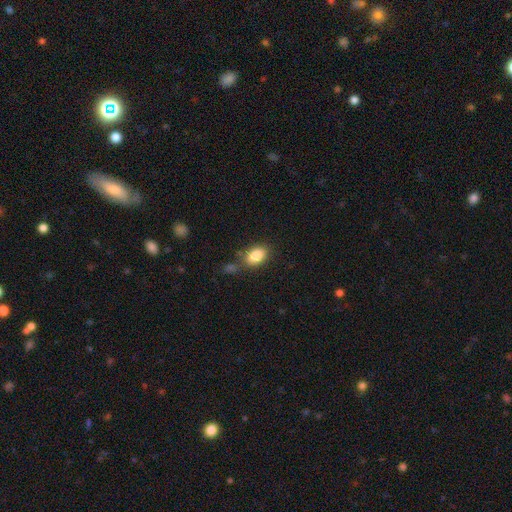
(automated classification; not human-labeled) This appears to be a smooth galaxy with no disk features (87%) that is in between round and cigar-shaped (88%). Merging: none (68%).